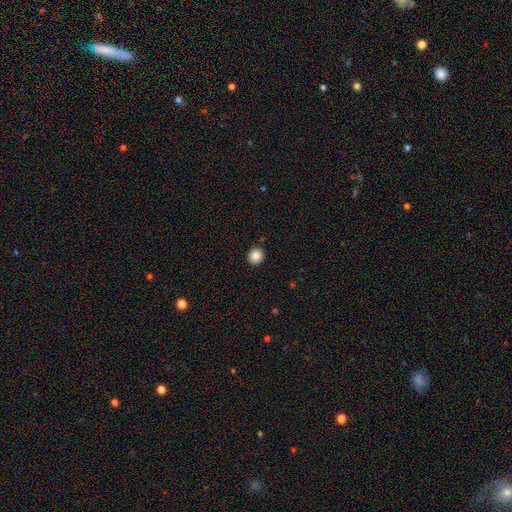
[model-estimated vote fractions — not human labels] Smooth or featured: smooth — 85% (star or artifact — 10%)
How rounded: round — 89% (in between — 10%)
Merging: none — 92% (minor disturbance — 5%)